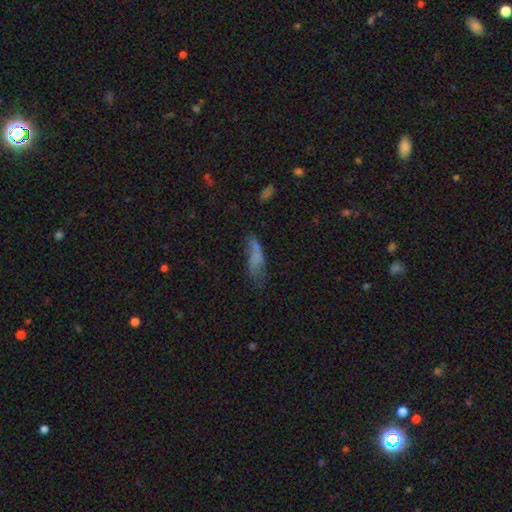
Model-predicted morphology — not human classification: A smooth galaxy with no disk features (64%) that is in between round and cigar-shaped (57%).

Vote fractions:
- Smooth or featured? smooth: 64% / featured or disk: 22% / star or artifact: 14%
- How rounded? in between: 57% / cigar-shaped: 40% / round: 3%
- Merging? none: 38% / minor disturbance: 27% / major disturbance: 23% / merger: 12%